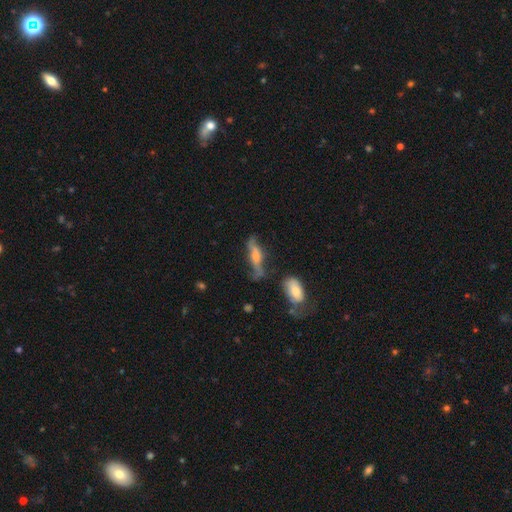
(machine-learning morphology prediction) Smooth or featured?
  - featured or disk: 59% *
  - smooth: 31%
  - star or artifact: 9%
Edge-on disk?
  - yes: 76% *
  - no: 24%
Merging?
  - none: 58% *
  - minor disturbance: 23%
  - major disturbance: 12%
  - merger: 7%